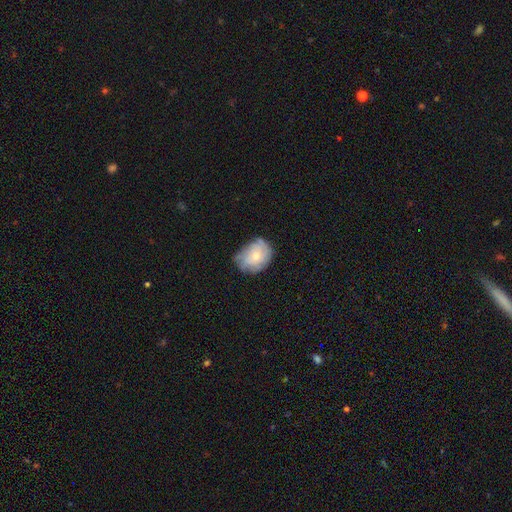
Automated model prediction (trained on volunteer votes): smooth 55%, featured or disk 37%, star or artifact 8%. Down the decision tree: how rounded — in between (58%); merging — none (58%).